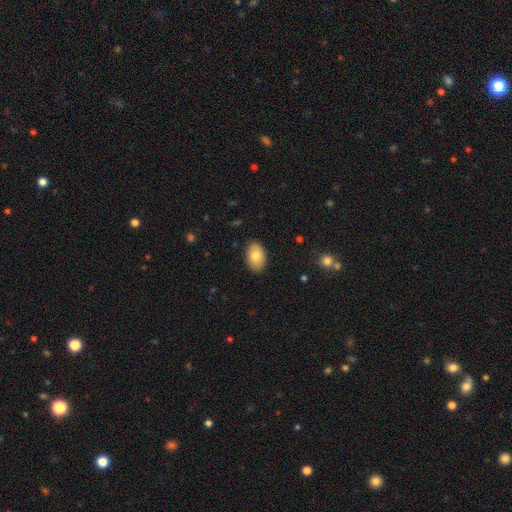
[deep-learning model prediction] This is clearly a smooth galaxy (81%). How rounded: clearly in between (91%). Merging: clearly none (87%).